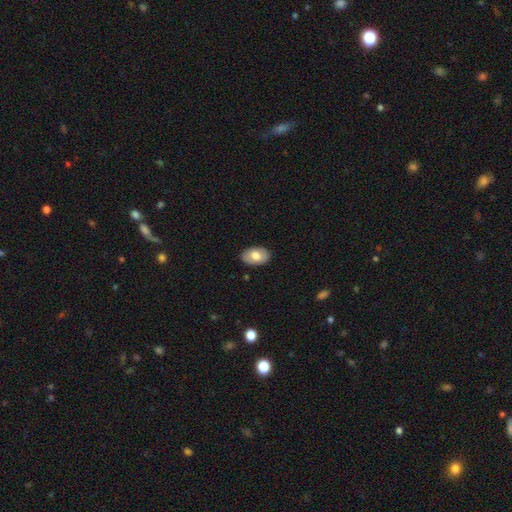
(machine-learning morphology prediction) This appears to be a smooth galaxy with no disk features (72%) that is in between round and cigar-shaped (89%). Merging: none (87%).